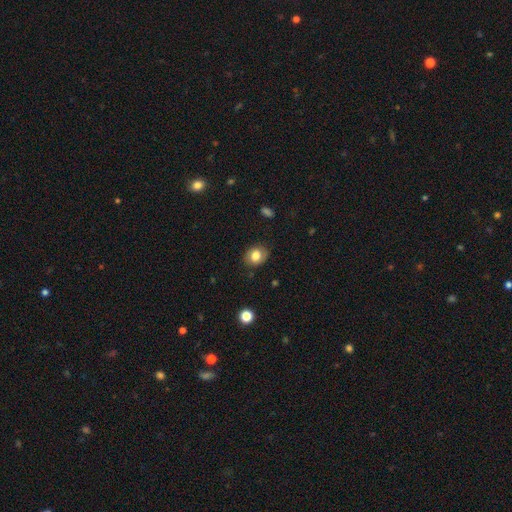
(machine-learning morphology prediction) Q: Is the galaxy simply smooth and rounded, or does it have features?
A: smooth — 79%.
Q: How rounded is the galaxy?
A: round — 50%.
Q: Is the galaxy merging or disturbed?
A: none — 83%.